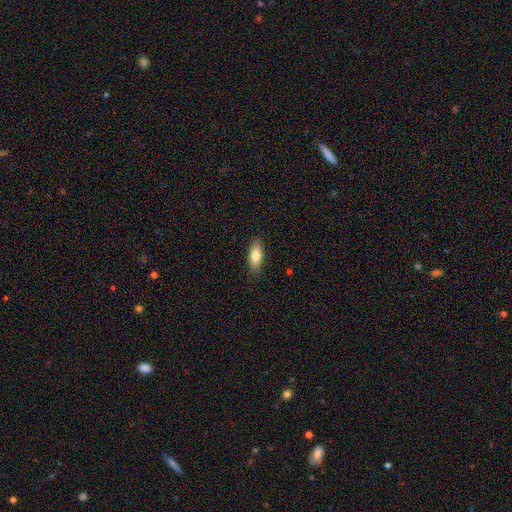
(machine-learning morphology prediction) Smooth or featured: smooth — 80% (featured or disk — 14%)
How rounded: in between — 77% (cigar-shaped — 21%)
Merging: none — 87% (minor disturbance — 10%)